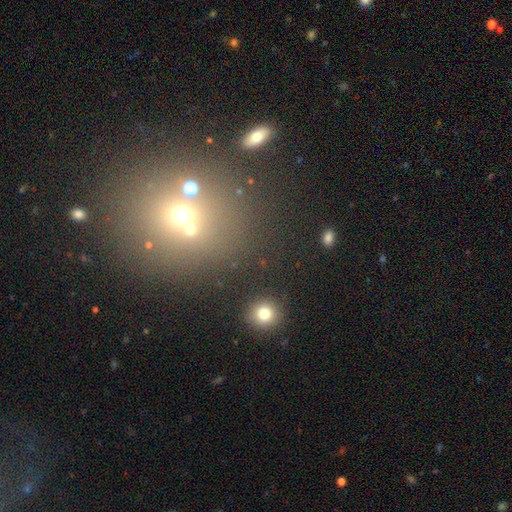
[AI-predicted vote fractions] Morphology: type=star or artifact (44%).